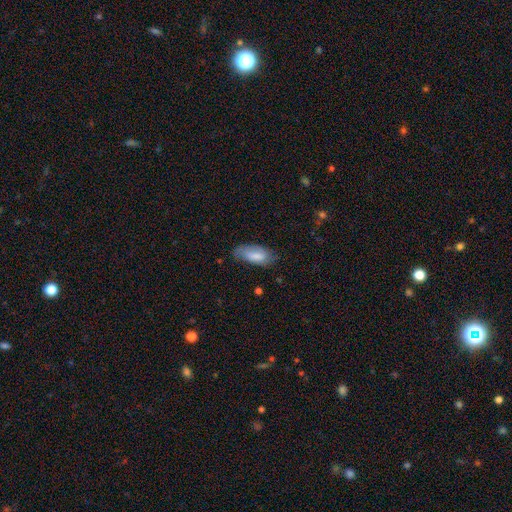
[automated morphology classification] Q: Smooth or featured?
A: smooth (74%); runner-up: featured or disk (20%)
Q: How rounded?
A: in between (85%); runner-up: cigar-shaped (13%)
Q: Merging?
A: none (64%); runner-up: minor disturbance (27%)